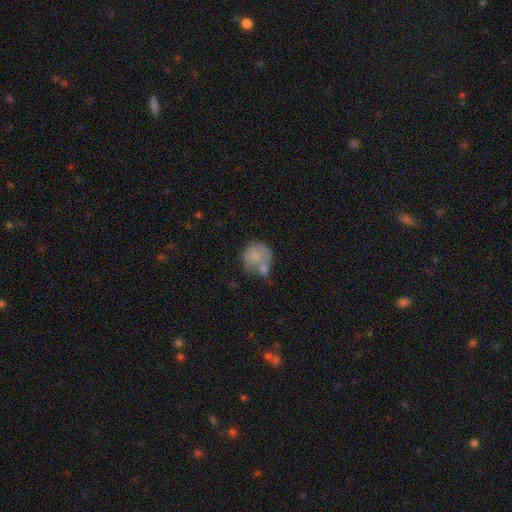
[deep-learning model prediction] This is likely a smooth galaxy (69%). How rounded: likely round (79%). Merging: marginally merger (40%).